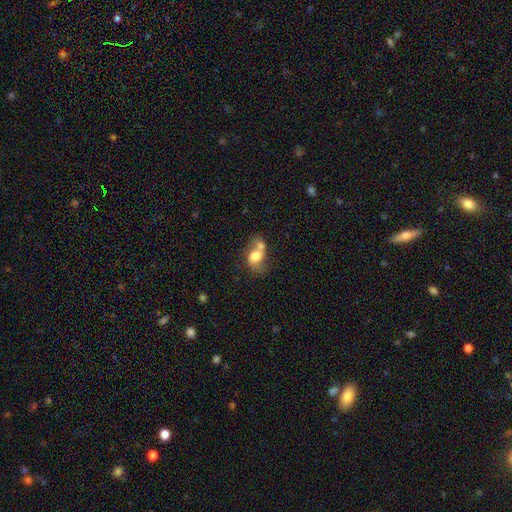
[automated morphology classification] A smooth galaxy with no disk features (63%) that is in between round and cigar-shaped (64%).

Vote fractions:
- Smooth or featured? smooth: 63% / featured or disk: 28% / star or artifact: 9%
- How rounded? in between: 64% / round: 35% / cigar-shaped: 2%
- Merging? merger: 57% / none: 23% / minor disturbance: 12% / major disturbance: 9%